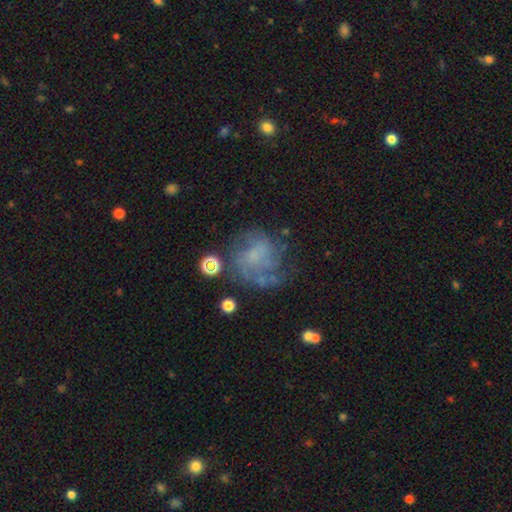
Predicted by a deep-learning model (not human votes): A featured or disk galaxy (62%) with no bar (73%), spiral arms (71%) and no central bulge (58%). Merging: none (52%).